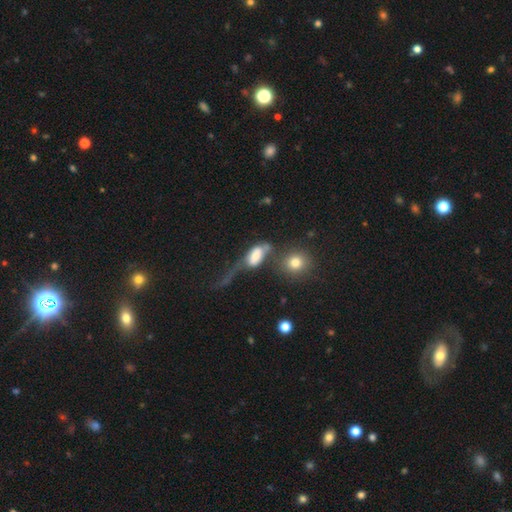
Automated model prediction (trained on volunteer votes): Morphology: type=smooth (58%); roundness=in between (86%); merging=major disturbance (45%).